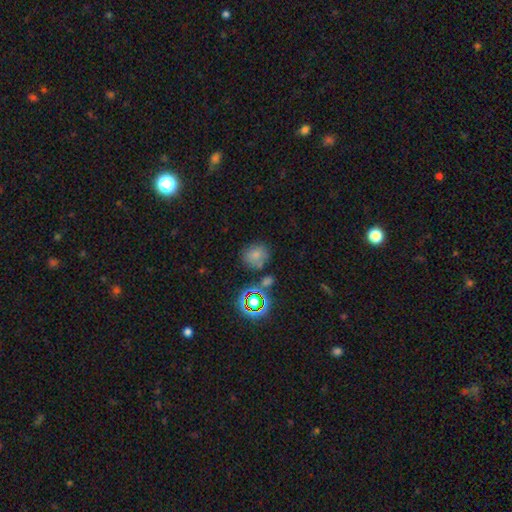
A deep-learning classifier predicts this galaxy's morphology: Q: Smooth or featured?
A: smooth (69%); runner-up: star or artifact (20%)
Q: How rounded?
A: round (78%); runner-up: in between (21%)
Q: Merging?
A: none (69%); runner-up: minor disturbance (15%)